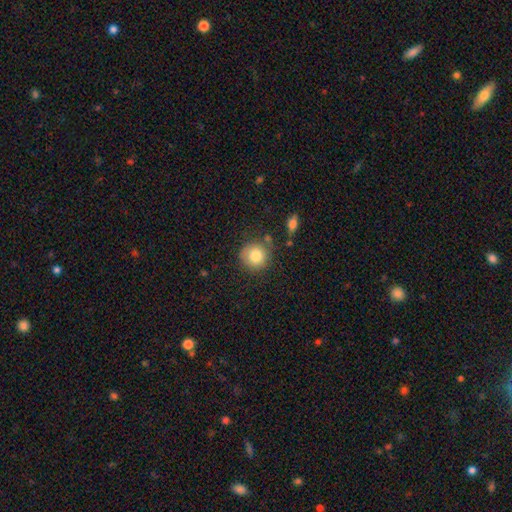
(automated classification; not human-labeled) Smooth or featured: smooth — 82% (featured or disk — 9%)
How rounded: round — 92% (in between — 7%)
Merging: none — 78% (minor disturbance — 13%)